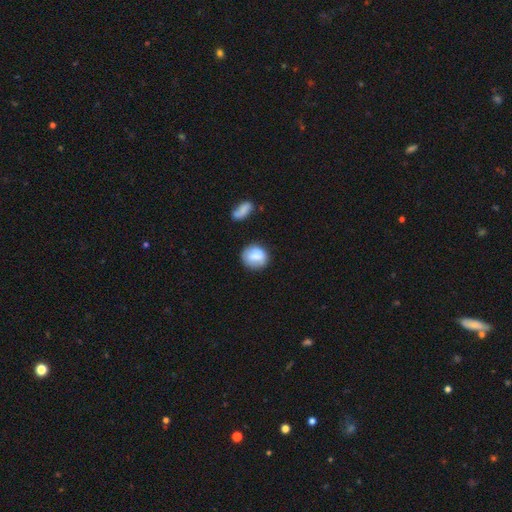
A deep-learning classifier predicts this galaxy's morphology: smooth 81%, featured or disk 12%, star or artifact 7%. Down the decision tree: how rounded — round (76%); merging — none (73%).